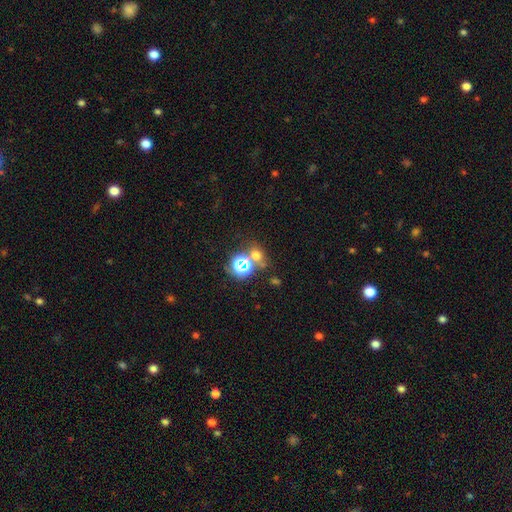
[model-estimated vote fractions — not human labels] Overall: smooth (53%; star or artifact 38%). How rounded: round (70%). Merging: none (60%; merger 25%).